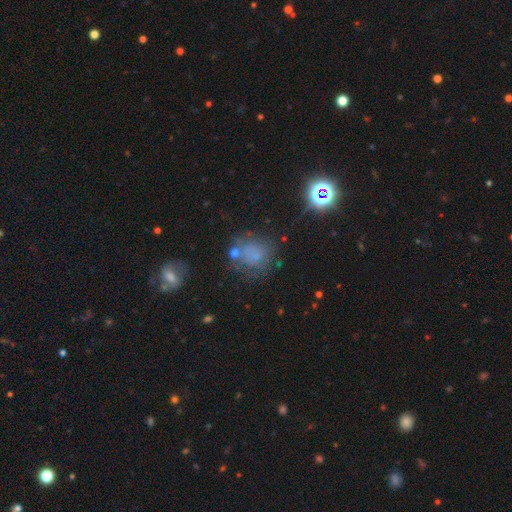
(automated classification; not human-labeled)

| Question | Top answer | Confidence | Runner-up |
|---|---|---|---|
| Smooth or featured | smooth | 56% | star or artifact (22%) |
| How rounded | round | 80% | in between (19%) |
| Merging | none | 57% | minor disturbance (20%) |